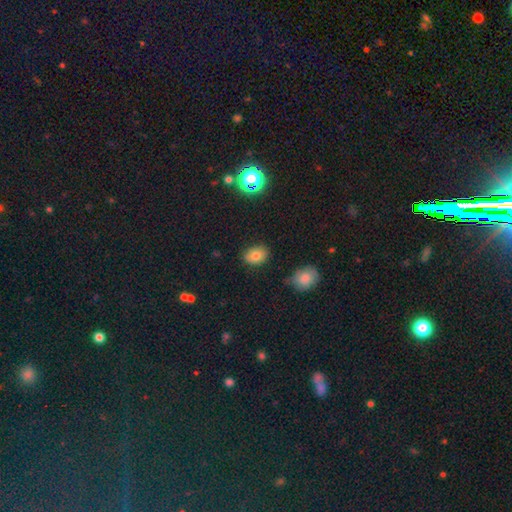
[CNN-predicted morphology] This is likely a smooth galaxy (78%). How rounded: likely in between (67%). Merging: clearly none (83%).